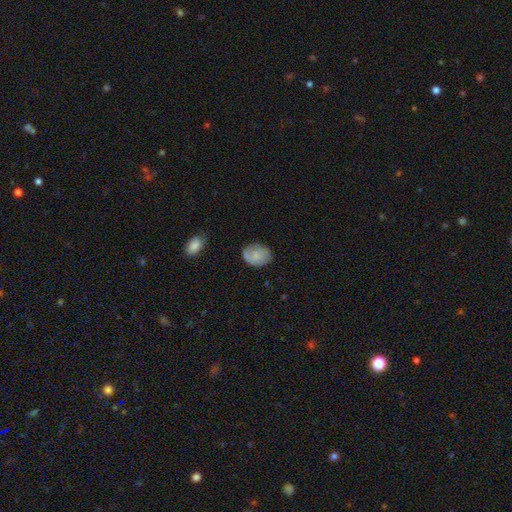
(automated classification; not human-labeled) smooth 61%, featured or disk 31%, star or artifact 8%. Down the decision tree: how rounded — in between (55%); merging — none (68%).